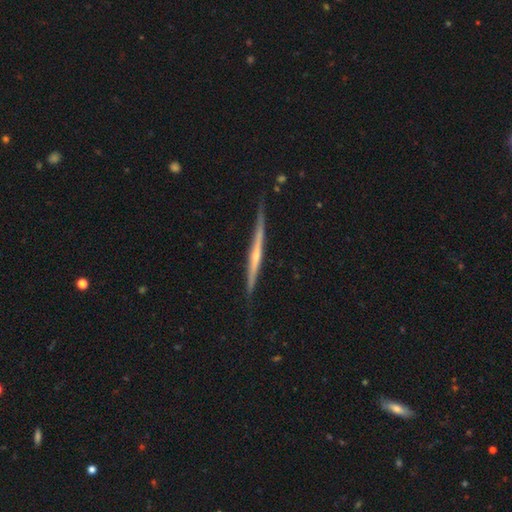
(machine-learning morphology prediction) type=featured or disk (74%); edge-on=yes (98%); edge-on bulge=none (48%); merging=none (82%).